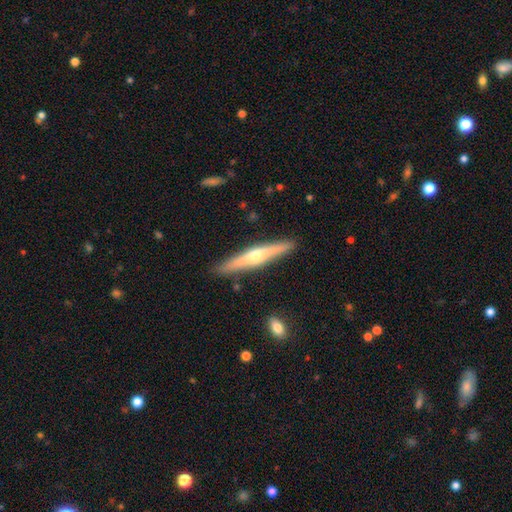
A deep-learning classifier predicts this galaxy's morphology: smooth-or-featured: featured or disk: 65% | smooth: 30% | star or artifact: 5%
  disk-edge-on: yes: 97% | no: 3%
    edge-on-bulge: rounded: 87% | none: 9% | boxy: 4%
  merging: none: 89% | minor disturbance: 8% | major disturbance: 2% | merger: 1%